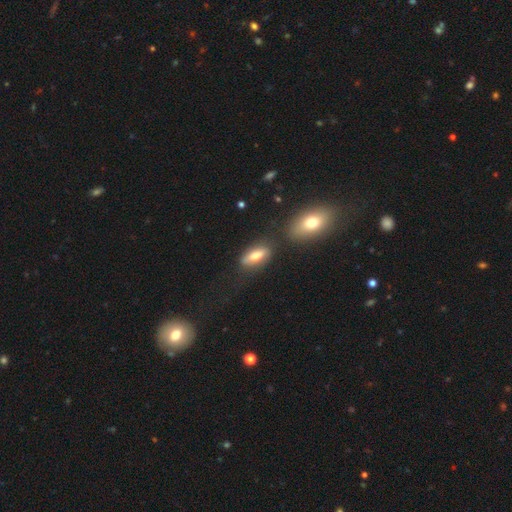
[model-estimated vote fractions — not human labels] smooth 65%, featured or disk 27%, star or artifact 8%. Down the decision tree: how rounded — in between (71%); merging — none (71%).